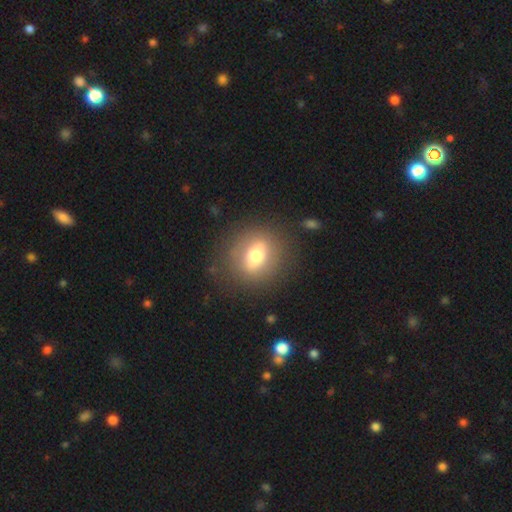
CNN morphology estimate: The model was most divided on "smooth or featured": smooth: 54%, featured or disk: 36%, star or artifact: 10%. More confident: merging — none (84%); how rounded — round (64%).